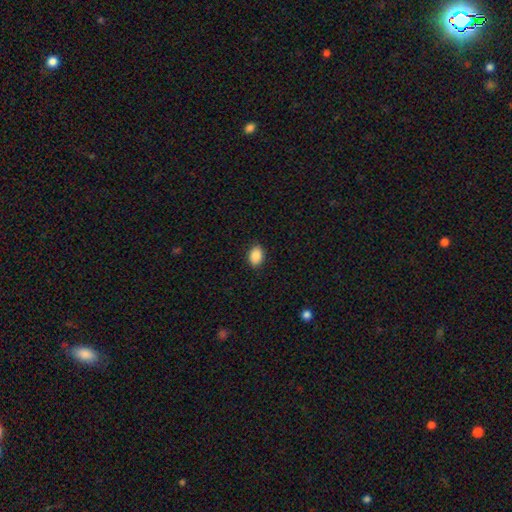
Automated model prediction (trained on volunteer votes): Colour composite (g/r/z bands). It shows a smooth galaxy with no disk features (88%) that is in between round and cigar-shaped (80%). Merging: none (89%).